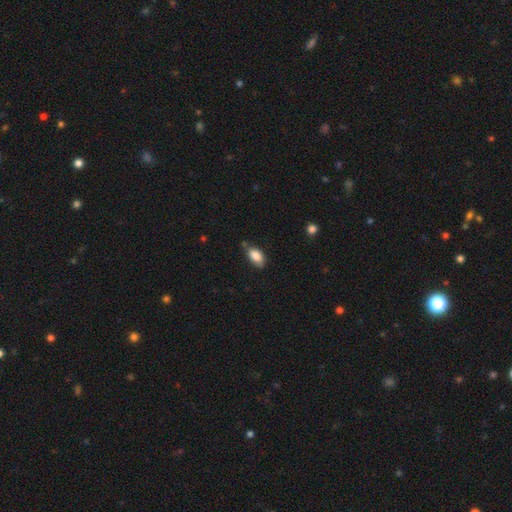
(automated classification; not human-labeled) Smooth or featured?
  - smooth: 86% *
  - star or artifact: 7%
  - featured or disk: 7%
How rounded?
  - in between: 91% *
  - round: 6%
  - cigar-shaped: 2%
Merging?
  - none: 70% *
  - minor disturbance: 22%
  - merger: 5%
  - major disturbance: 4%